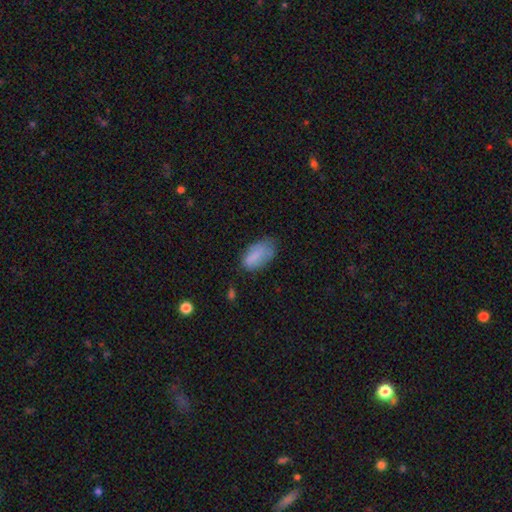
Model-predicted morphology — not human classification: This is clearly a smooth galaxy (80%). How rounded: clearly in between (92%). Merging: possibly none (55%).